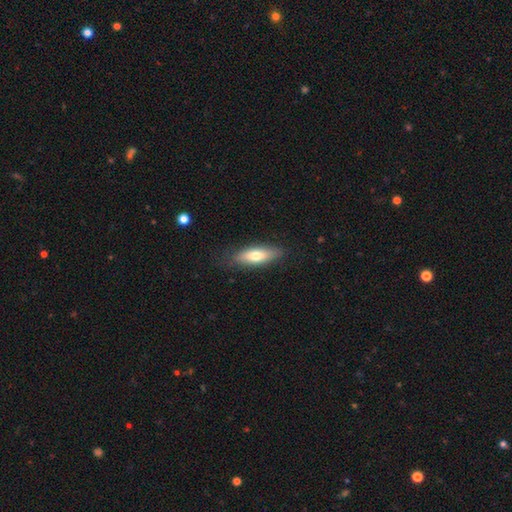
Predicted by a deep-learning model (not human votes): Overall: smooth (68%). How rounded: in between (56%; cigar-shaped 41%). Merging: none (82%).